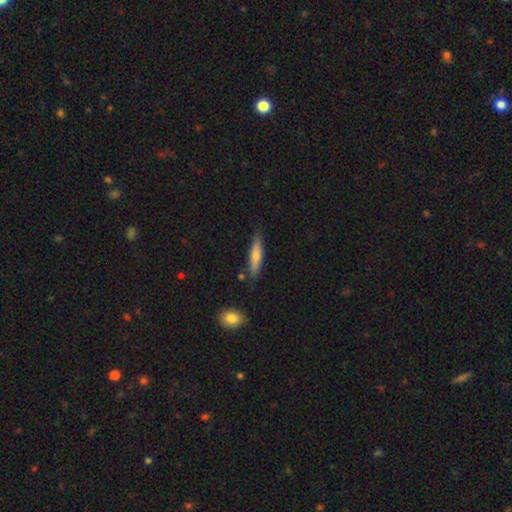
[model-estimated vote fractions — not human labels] The model was most divided on "smooth or featured": smooth: 70%, featured or disk: 24%, star or artifact: 6%. More confident: how rounded — cigar-shaped (79%); merging — none (77%).